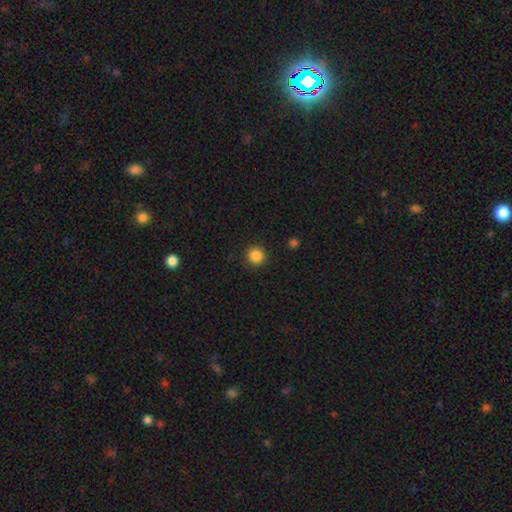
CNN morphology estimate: smooth 86%, star or artifact 11%, featured or disk 3%. Down the decision tree: how rounded — round (94%); merging — none (91%).